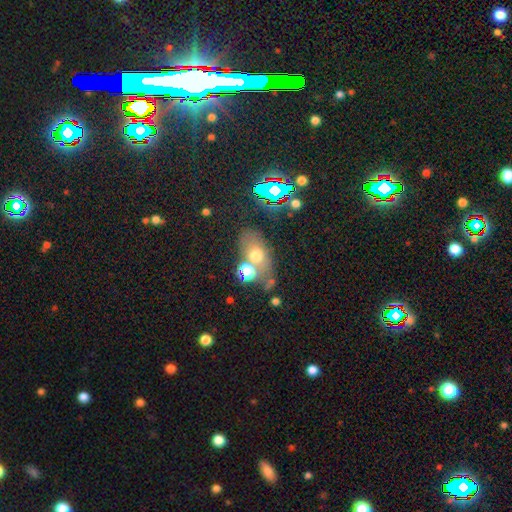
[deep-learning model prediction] Smooth or featured? smooth (61%)
How rounded? in between (72%)
Merging? none (45%)